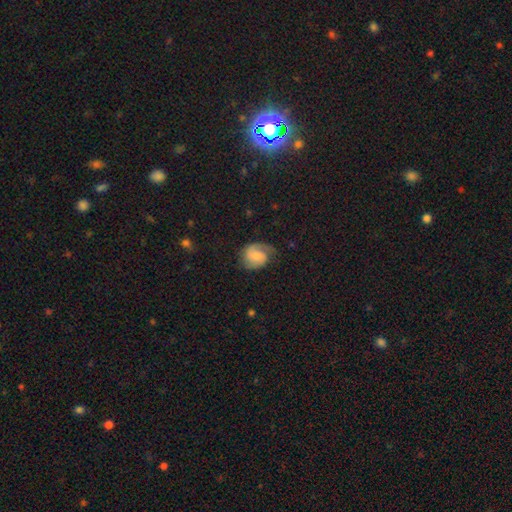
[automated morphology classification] Q: Smooth or featured?
A: featured or disk (59%); runner-up: smooth (33%)
Q: Edge-on disk?
A: no (97%); runner-up: yes (3%)
Q: Bar?
A: no (54%); runner-up: weak (38%)
Q: Spiral arms?
A: yes (92%); runner-up: no (8%)
Q: Spiral winding?
A: medium (43%); runner-up: tight (33%)
Q: Spiral arm count?
A: 2 (54%); runner-up: 1 (36%)
Q: Bulge size?
A: none (30%); runner-up: small (27%)
Q: Merging?
A: none (57%); runner-up: minor disturbance (25%)